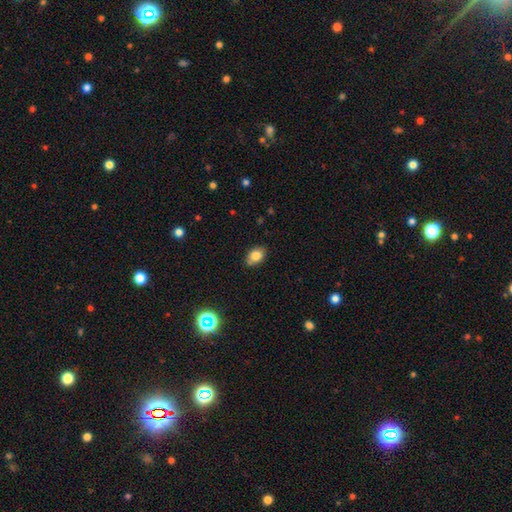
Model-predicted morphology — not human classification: smooth-or-featured: smooth: 81% | star or artifact: 11% | featured or disk: 9%
  how-rounded: in between: 73% | round: 26% | cigar-shaped: 1%
  merging: none: 77% | minor disturbance: 17% | merger: 3% | major disturbance: 3%